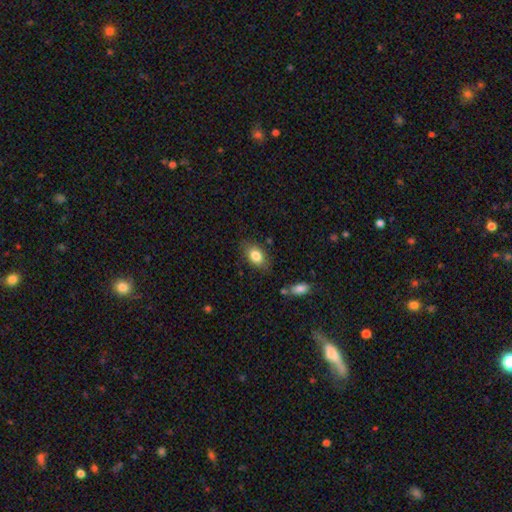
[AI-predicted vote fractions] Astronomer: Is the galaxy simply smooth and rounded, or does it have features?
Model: smooth — 83%.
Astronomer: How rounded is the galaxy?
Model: in between — 84%.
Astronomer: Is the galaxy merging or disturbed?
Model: none — 76%.